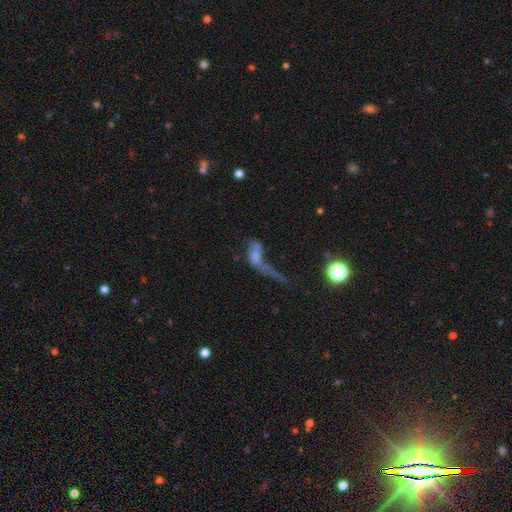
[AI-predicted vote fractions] featured or disk 43%, smooth 36%, star or artifact 21%. Down the decision tree: merging — major disturbance (42%).